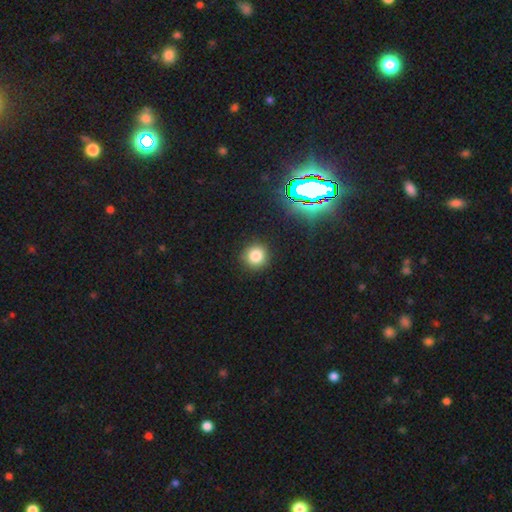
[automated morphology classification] A smooth galaxy with no disk features (80%) that is round (93%). Merging: none (89%).